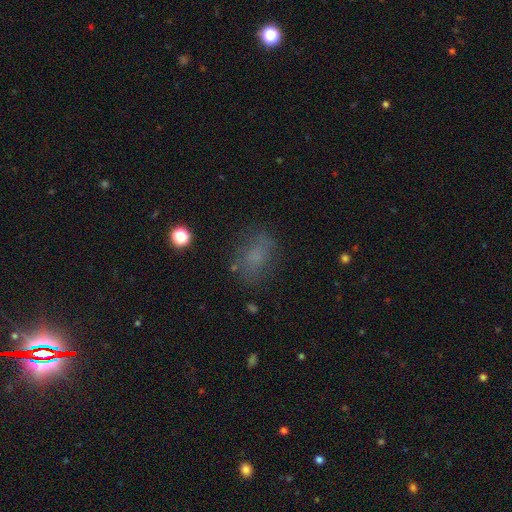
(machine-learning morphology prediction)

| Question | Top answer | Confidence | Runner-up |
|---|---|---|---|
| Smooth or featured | smooth | 66% | star or artifact (18%) |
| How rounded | in between | 73% | round (24%) |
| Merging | none | 69% | minor disturbance (18%) |